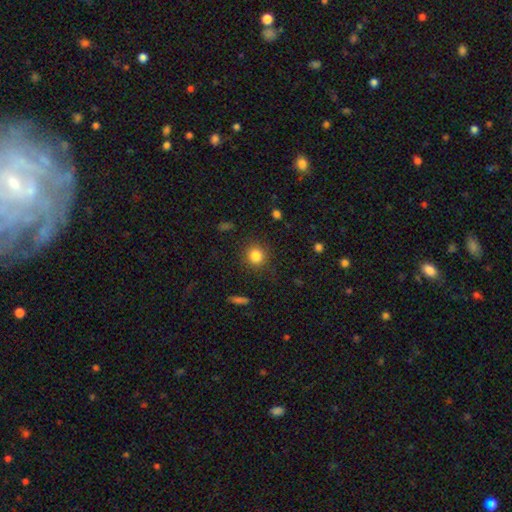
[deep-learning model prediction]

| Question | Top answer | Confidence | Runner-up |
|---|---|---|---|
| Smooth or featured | smooth | 84% | star or artifact (11%) |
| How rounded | round | 90% | in between (9%) |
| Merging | none | 87% | minor disturbance (8%) |